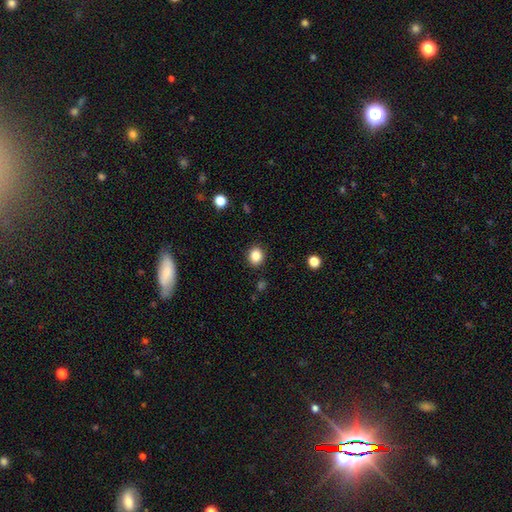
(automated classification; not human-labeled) Q: Smooth or featured?
A: smooth (85%); runner-up: star or artifact (11%)
Q: How rounded?
A: round (68%); runner-up: in between (31%)
Q: Merging?
A: none (89%); runner-up: minor disturbance (7%)